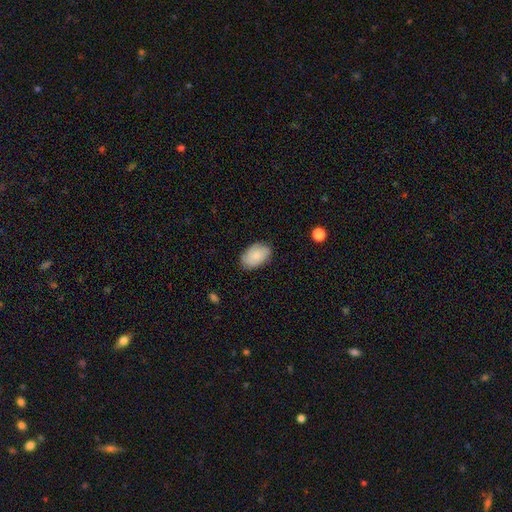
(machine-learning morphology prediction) smooth 78%, featured or disk 15%, star or artifact 7%. Down the decision tree: how rounded — in between (90%); merging — none (79%).